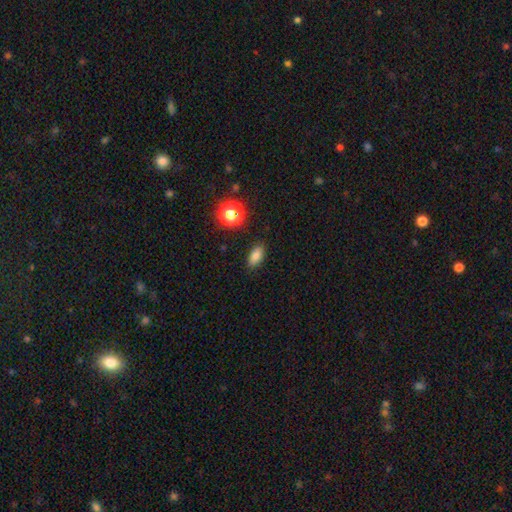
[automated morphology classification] smooth_or_featured: smooth (p=0.79) [alt: star or artifact p=0.13]
how_rounded: in between (p=0.83) [alt: round p=0.09]
merging: none (p=0.87) [alt: minor disturbance p=0.09]